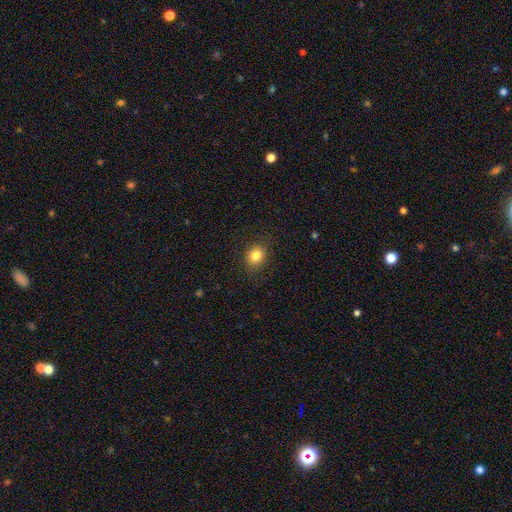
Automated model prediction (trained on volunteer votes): Smooth or featured? smooth (82%)
How rounded? round (60%)
Merging? none (85%)